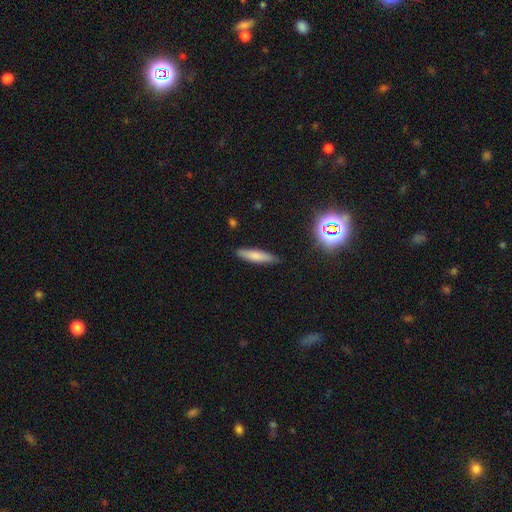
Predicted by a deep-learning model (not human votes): This is likely a smooth galaxy (75%). How rounded: clearly cigar-shaped (82%). Merging: clearly none (87%).